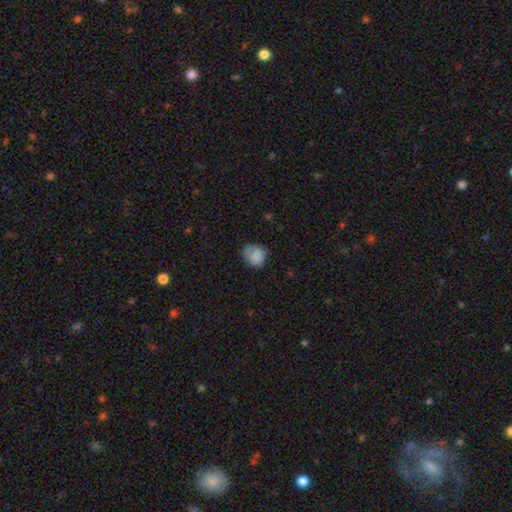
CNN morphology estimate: smooth_or_featured: smooth (p=0.81) [alt: featured or disk p=0.10]
how_rounded: round (p=0.68) [alt: in between p=0.32]
merging: none (p=0.60) [alt: minor disturbance p=0.28]